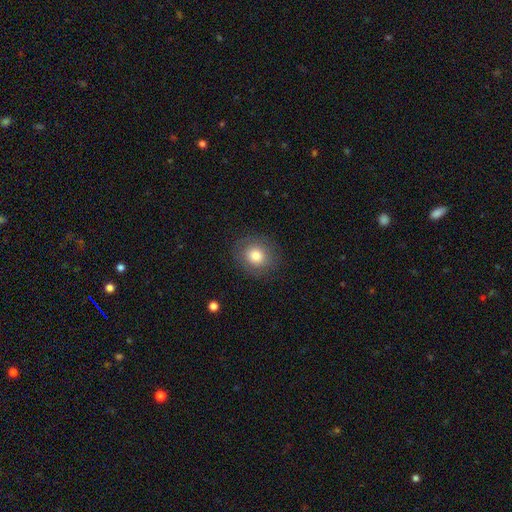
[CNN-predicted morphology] smooth-or-featured: smooth: 78% | featured or disk: 13% | star or artifact: 10%
  how-rounded: round: 78% | in between: 21% | cigar-shaped: 1%
  merging: none: 86% | minor disturbance: 9% | major disturbance: 4% | merger: 1%